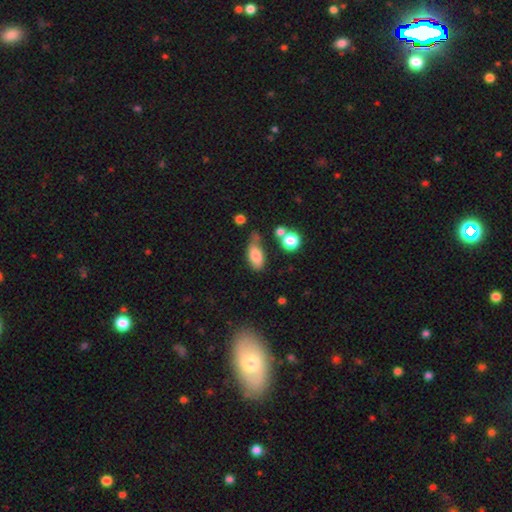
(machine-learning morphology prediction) Smooth or featured: smooth — 77% (featured or disk — 14%)
How rounded: in between — 86% (cigar-shaped — 8%)
Merging: none — 42% (minor disturbance — 34%)